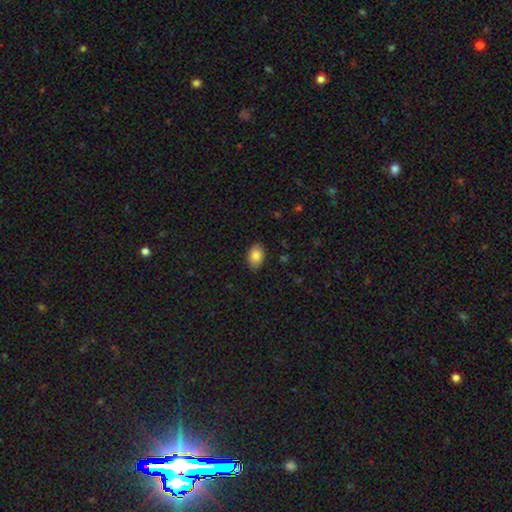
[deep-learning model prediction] This is clearly a smooth galaxy (85%). How rounded: clearly in between (83%). Merging: clearly none (85%).